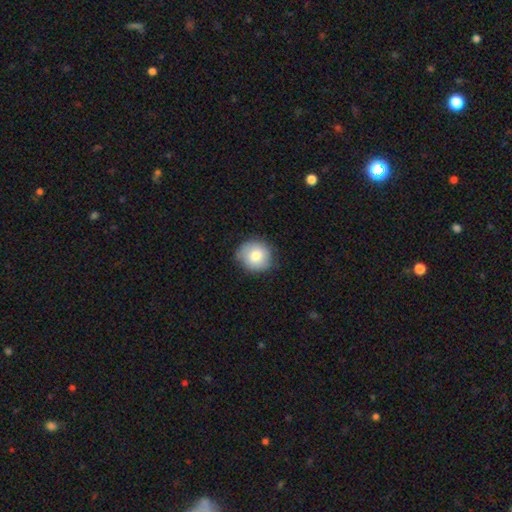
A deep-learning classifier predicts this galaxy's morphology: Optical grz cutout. It shows a smooth galaxy with no disk features (79%) that is round (87%). Merging: none (82%).